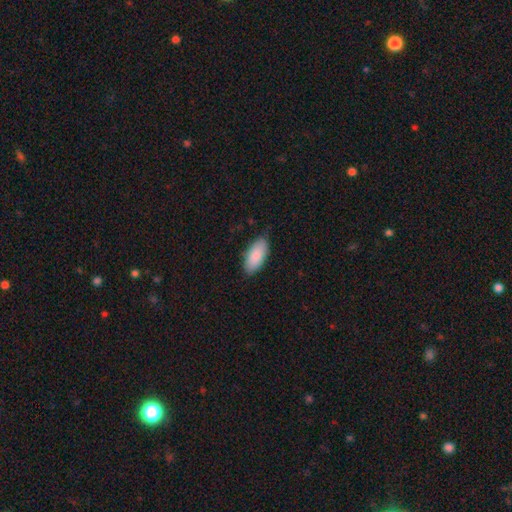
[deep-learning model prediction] Overall: smooth (87%). How rounded: in between (91%). Merging: none (79%).